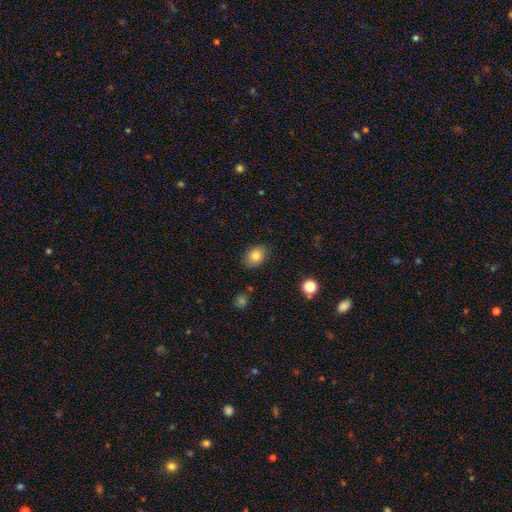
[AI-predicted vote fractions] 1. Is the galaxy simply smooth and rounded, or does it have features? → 82% smooth, 9% star or artifact, 9% featured or disk.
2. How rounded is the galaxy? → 67% in between, 32% round, 1% cigar-shaped.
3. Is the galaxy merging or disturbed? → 82% none, 14% minor disturbance, 3% major disturbance, 1% merger.